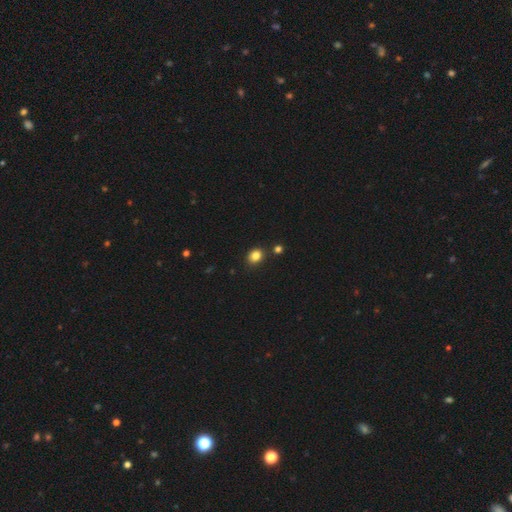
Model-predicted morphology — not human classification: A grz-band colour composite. It shows a smooth galaxy with no disk features (84%) that is round (55%). Merging: none (84%).